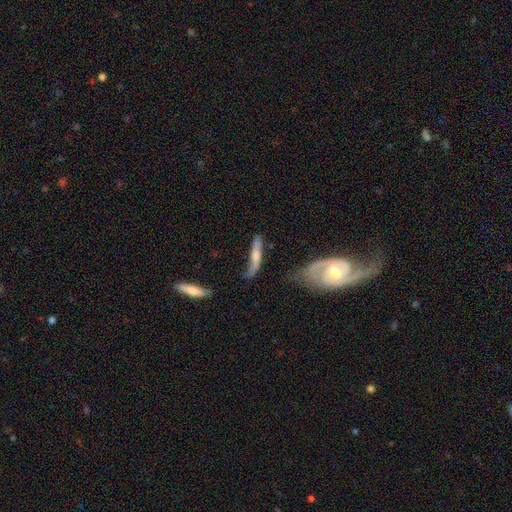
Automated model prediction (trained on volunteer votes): A featured or disk galaxy (50%).

Vote fractions:
- Smooth or featured? featured or disk: 50% / smooth: 44% / star or artifact: 6%
- Merging? none: 45% / minor disturbance: 29% / major disturbance: 18% / merger: 8%